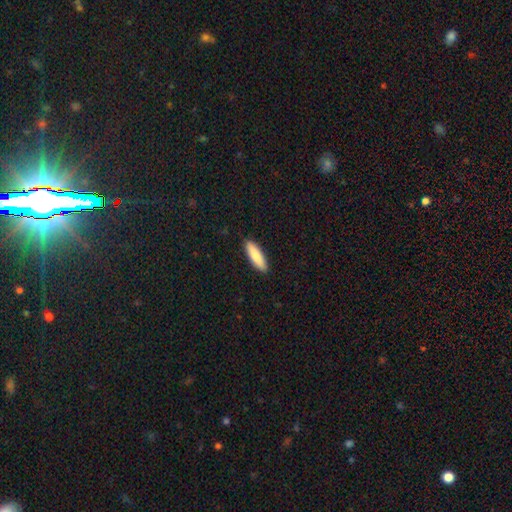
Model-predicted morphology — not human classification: Smooth or featured? Predicted: smooth (p=0.85). How rounded? Predicted: cigar-shaped (p=0.61). Merging? Predicted: none (p=0.91).